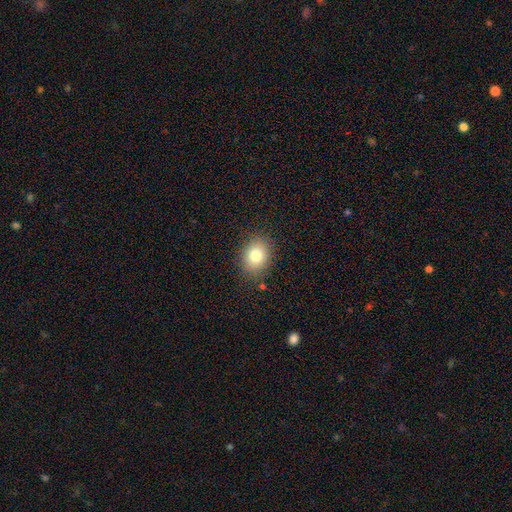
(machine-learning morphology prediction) Smooth or featured: smooth — 80% (star or artifact — 10%)
How rounded: in between — 52% (round — 47%)
Merging: none — 85% (minor disturbance — 10%)